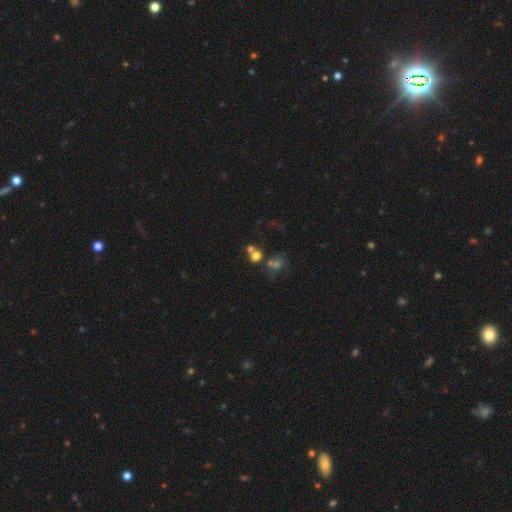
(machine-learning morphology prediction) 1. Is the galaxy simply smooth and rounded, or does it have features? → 62% smooth, 23% star or artifact, 15% featured or disk.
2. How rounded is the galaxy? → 78% round, 20% in between, 1% cigar-shaped.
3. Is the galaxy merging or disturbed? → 43% none, 40% merger, 9% minor disturbance, 8% major disturbance.